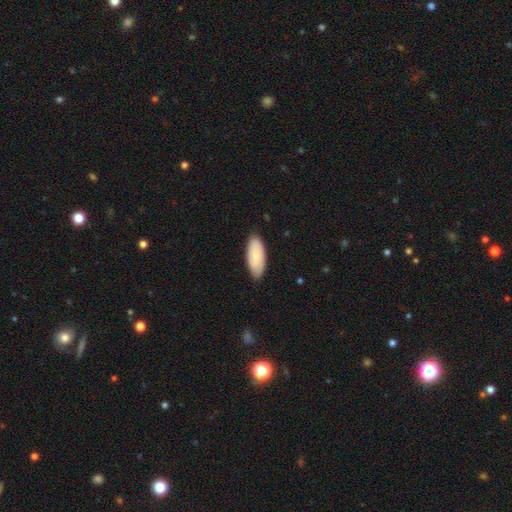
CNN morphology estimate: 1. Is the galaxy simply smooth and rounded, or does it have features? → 66% smooth, 29% featured or disk, 5% star or artifact.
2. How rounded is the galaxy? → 86% in between, 12% cigar-shaped, 2% round.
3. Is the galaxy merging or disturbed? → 82% none, 15% minor disturbance, 2% major disturbance, 1% merger.